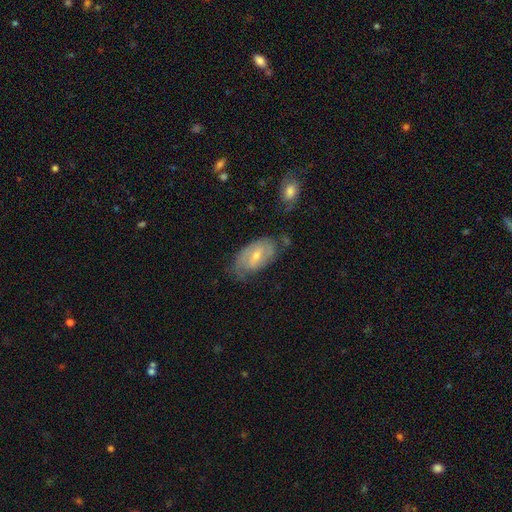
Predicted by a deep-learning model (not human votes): The model was most divided on "bulge size": small: 52%, moderate: 44%, none: 2%, large: 2%, dominant: 1%. More confident: edge-on disk — no (93%); spiral arms — yes (77%); smooth or featured — featured or disk (60%); merging — none (56%); bar — weak (51%).